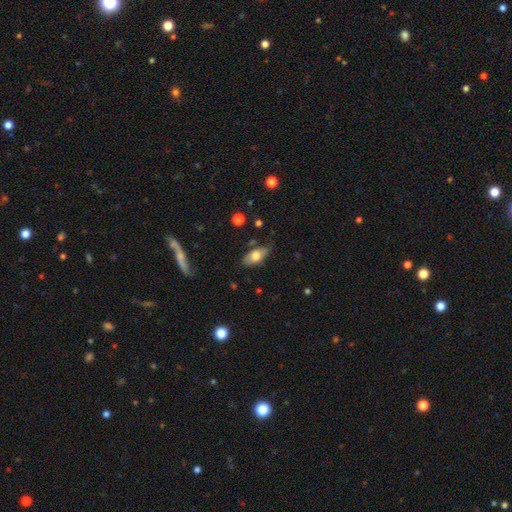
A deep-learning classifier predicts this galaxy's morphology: Smooth or featured? smooth (69%)
How rounded? in between (86%)
Merging? none (68%)